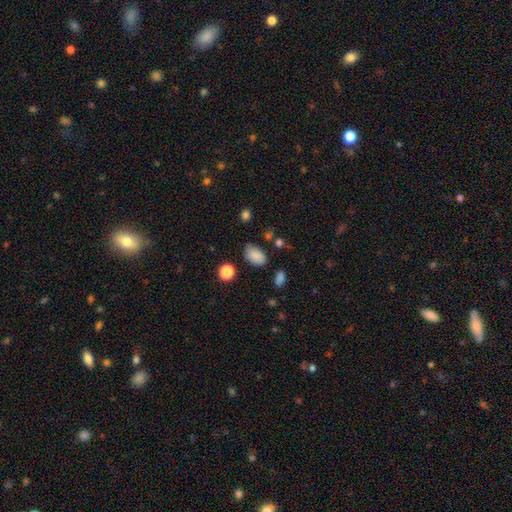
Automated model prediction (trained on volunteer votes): Q: Smooth or featured?
A: smooth (85%); runner-up: star or artifact (9%)
Q: How rounded?
A: in between (91%); runner-up: round (7%)
Q: Merging?
A: none (74%); runner-up: minor disturbance (19%)